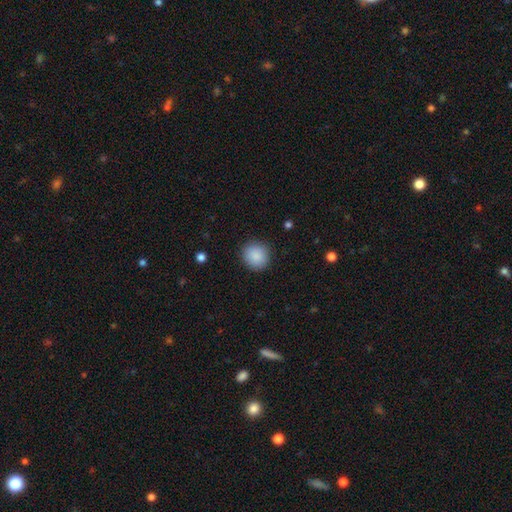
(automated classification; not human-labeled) Overall: smooth (89%). How rounded: round (89%). Merging: none (89%).